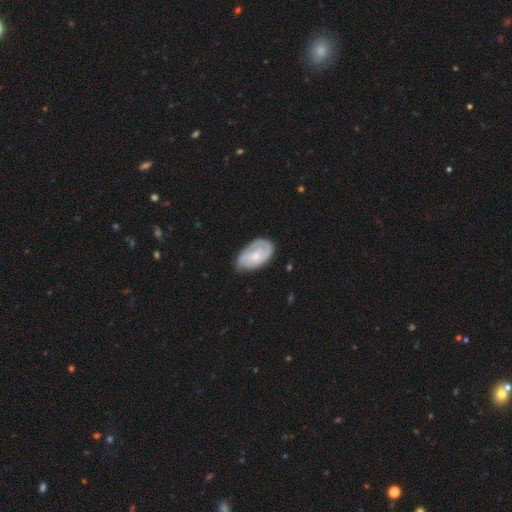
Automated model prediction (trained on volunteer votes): A featured or disk galaxy (66%) with no bar (74%), 2 (42%) tight (58%) spiral arms (88%) and a small central bulge (66%). Merging: none (68%).